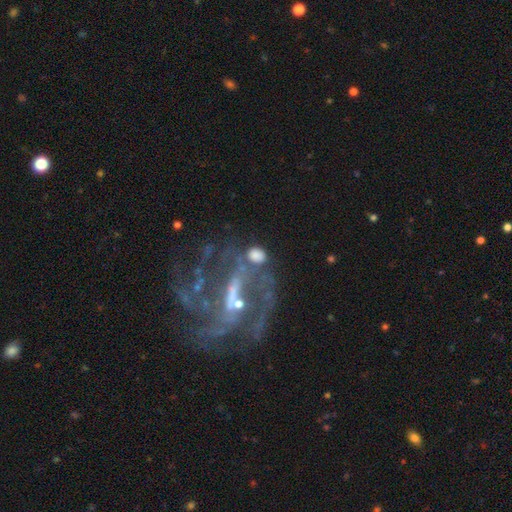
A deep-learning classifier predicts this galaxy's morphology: smooth_or_featured: featured or disk (p=0.50) [alt: smooth p=0.32]
disk_edge_on: no (p=0.92) [alt: yes p=0.08]
merging: none (p=0.48) [alt: major disturbance p=0.19]